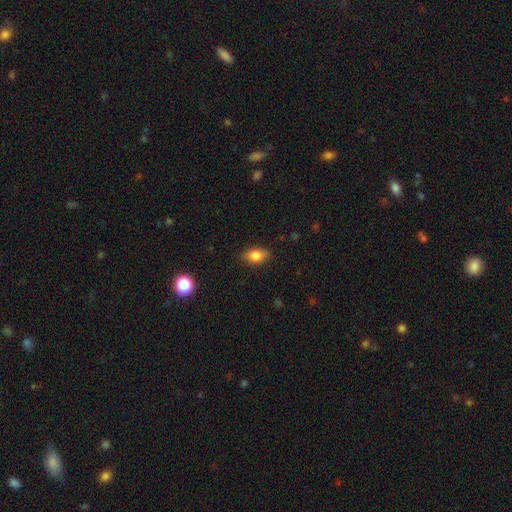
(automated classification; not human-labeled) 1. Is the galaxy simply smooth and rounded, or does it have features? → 80% smooth, 11% featured or disk, 9% star or artifact.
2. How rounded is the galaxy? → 83% in between, 12% round, 5% cigar-shaped.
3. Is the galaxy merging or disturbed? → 83% none, 13% minor disturbance, 3% major disturbance, 1% merger.